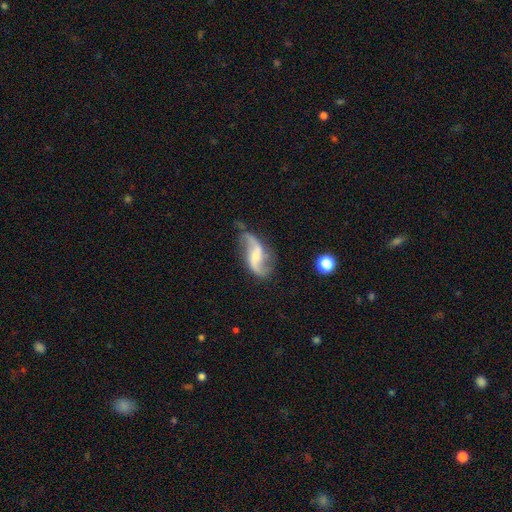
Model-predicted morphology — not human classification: Smooth or featured? featured or disk (86%)
Edge-on disk? no (97%)
Bar? weak (43%)
Spiral arms? yes (95%)
Spiral winding? loose (85%)
Spiral arm count? 2 (93%)
Bulge size? small (43%)
Merging? none (66%)